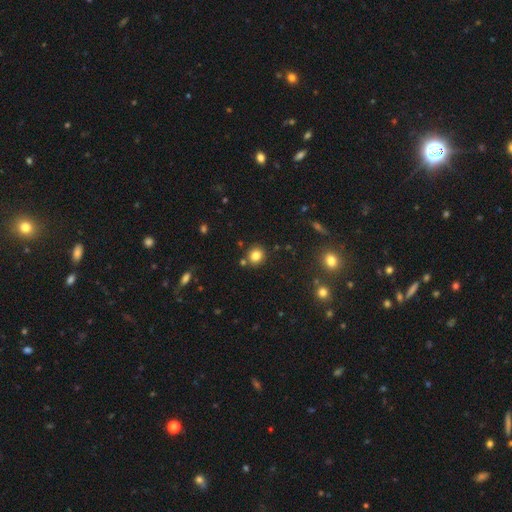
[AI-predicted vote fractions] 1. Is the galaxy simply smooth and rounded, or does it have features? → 81% smooth, 13% star or artifact, 6% featured or disk.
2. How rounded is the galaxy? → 85% round, 15% in between, 1% cigar-shaped.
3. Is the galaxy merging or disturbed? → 84% none, 8% minor disturbance, 6% merger, 2% major disturbance.